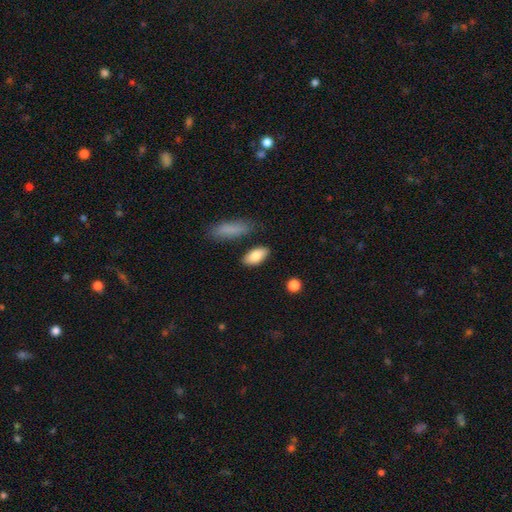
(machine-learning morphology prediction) Overall: smooth (85%). How rounded: in between (89%). Merging: none (81%).